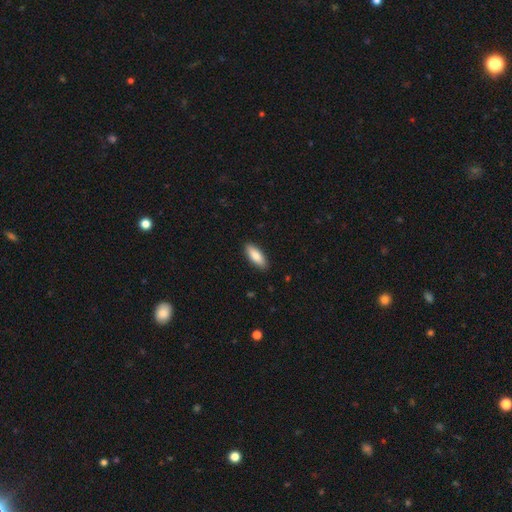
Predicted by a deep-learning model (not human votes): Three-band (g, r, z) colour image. It shows a smooth galaxy with no disk features (86%) that is in between round and cigar-shaped (73%). Merging: none (89%).